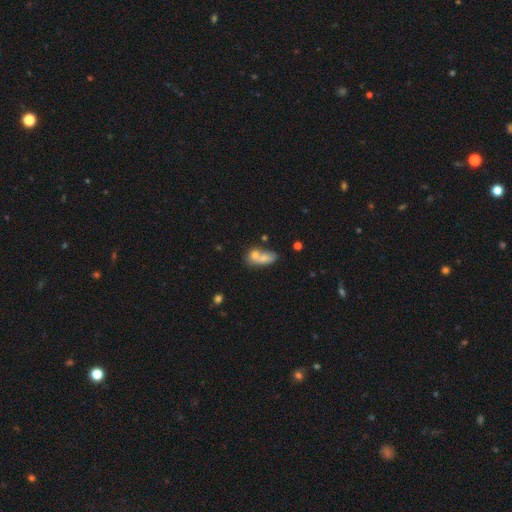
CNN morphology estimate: type=smooth (69%); roundness=in between (73%); merging=merger (58%).